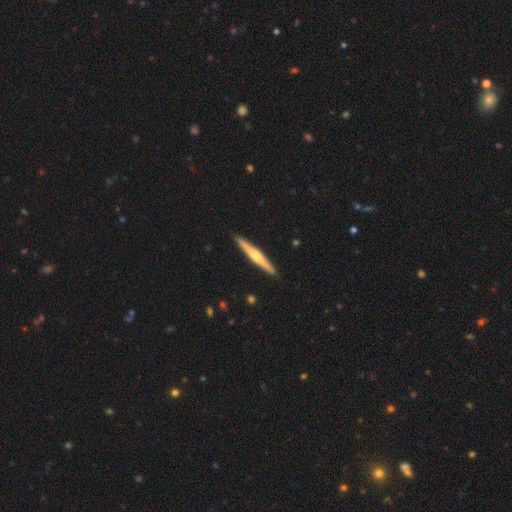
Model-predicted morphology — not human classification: A featured or disk galaxy (62%) viewed edge-on (98%) with a rounded central bulge (81%). Merging: none (92%).